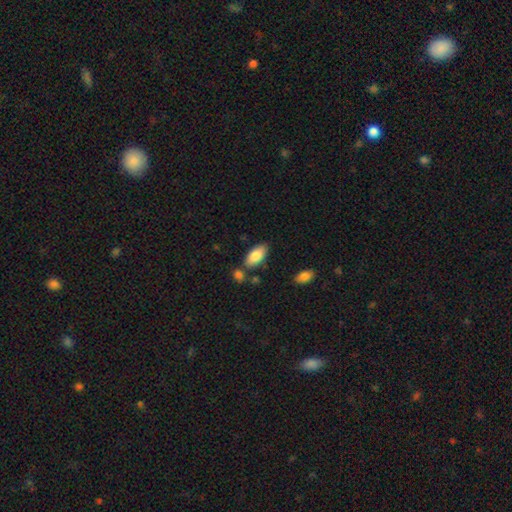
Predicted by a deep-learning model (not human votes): Smooth or featured? Predicted: smooth (p=0.84). How rounded? Predicted: in between (p=0.91). Merging? Predicted: none (p=0.74).